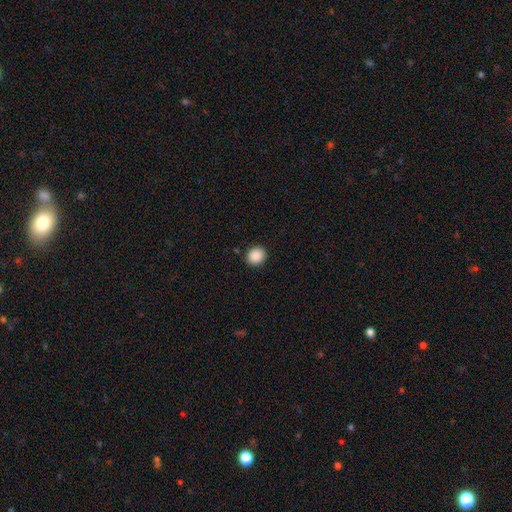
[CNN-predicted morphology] smooth_or_featured: smooth (p=0.89) [alt: star or artifact p=0.08]
how_rounded: round (p=0.86) [alt: in between p=0.13]
merging: none (p=0.91) [alt: minor disturbance p=0.06]